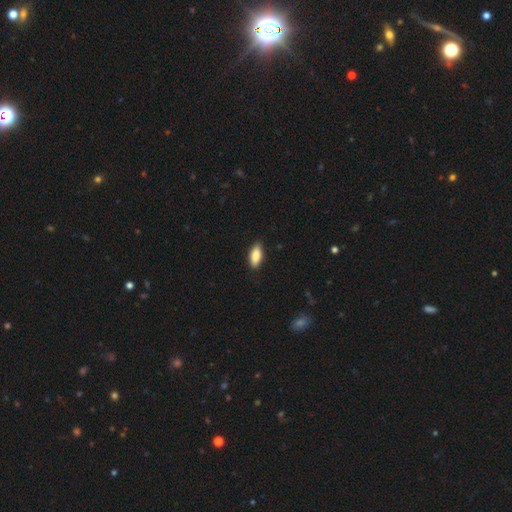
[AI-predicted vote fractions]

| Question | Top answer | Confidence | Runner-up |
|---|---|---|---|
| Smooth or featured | smooth | 86% | featured or disk (8%) |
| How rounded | in between | 80% | cigar-shaped (18%) |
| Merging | none | 86% | minor disturbance (11%) |